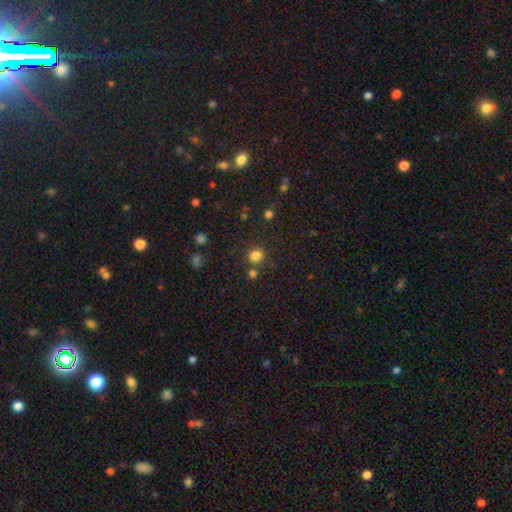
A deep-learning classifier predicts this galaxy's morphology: A smooth galaxy with no disk features (81%) that is round (92%). Merging: none (80%).